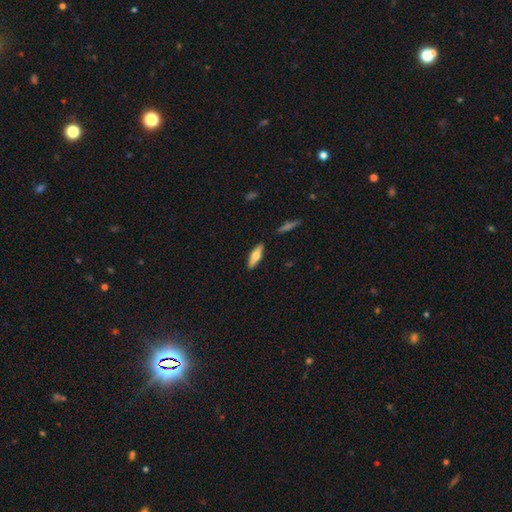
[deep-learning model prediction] smooth-or-featured: smooth: 54% | featured or disk: 40% | star or artifact: 6%
  how-rounded: cigar-shaped: 56% | in between: 42% | round: 2%
  merging: none: 88% | minor disturbance: 8% | merger: 2% | major disturbance: 2%